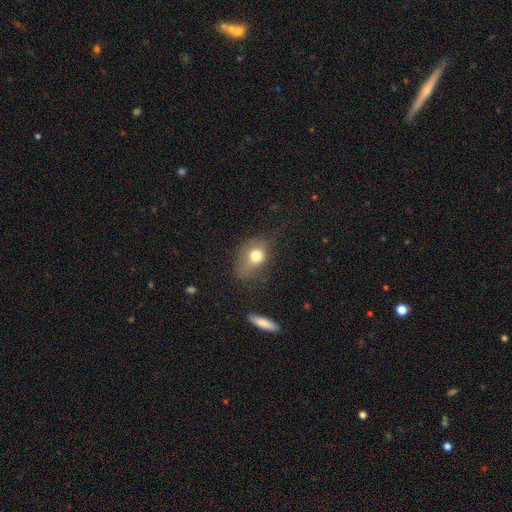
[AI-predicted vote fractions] Smooth or featured? Predicted: smooth (p=0.72). How rounded? Predicted: in between (p=0.61). Merging? Predicted: none (p=0.37).